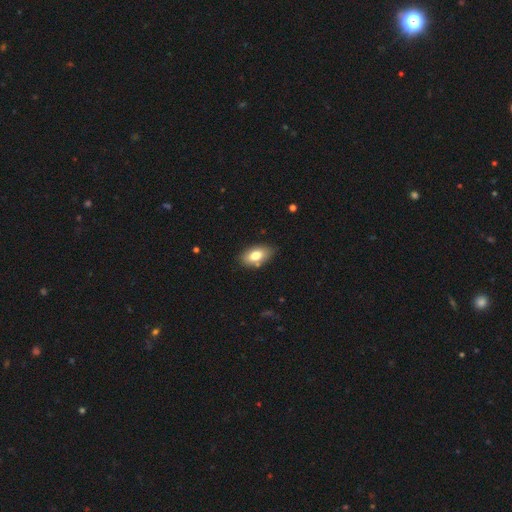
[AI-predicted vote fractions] A smooth galaxy with no disk features (78%) that is in between round and cigar-shaped (92%). Merging: none (81%).